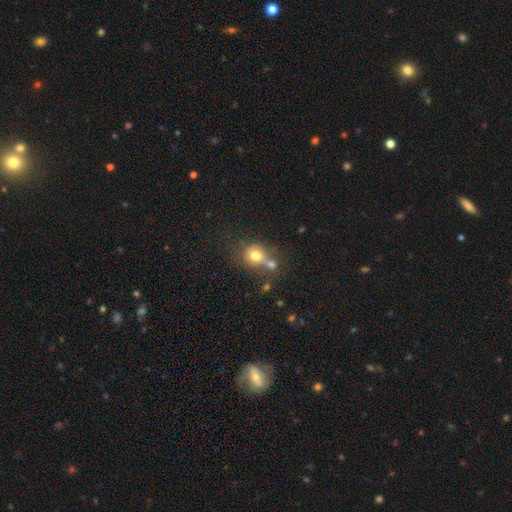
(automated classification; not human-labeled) Smooth or featured? smooth (73%)
How rounded? round (78%)
Merging? merger (46%)